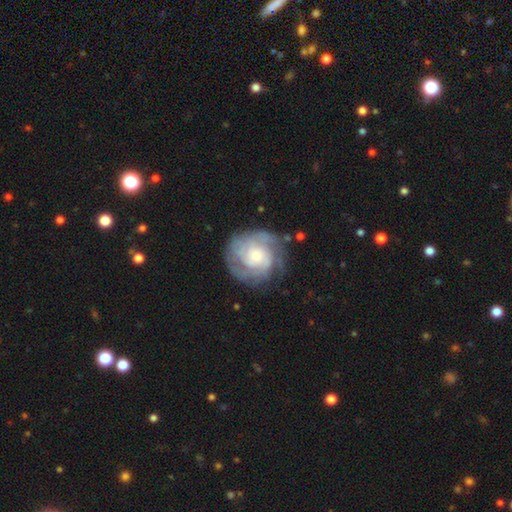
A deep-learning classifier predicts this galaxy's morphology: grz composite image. It shows a featured or disk galaxy (77%) with no bar (77%), tight (64%) spiral arms (91%) and a small central bulge (50%). Merging: none (73%).